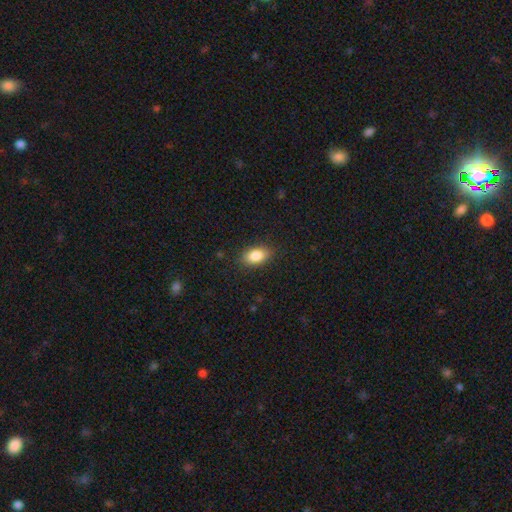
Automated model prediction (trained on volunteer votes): Smooth or featured: smooth — 85% (star or artifact — 8%)
How rounded: in between — 90% (round — 8%)
Merging: none — 87% (minor disturbance — 10%)